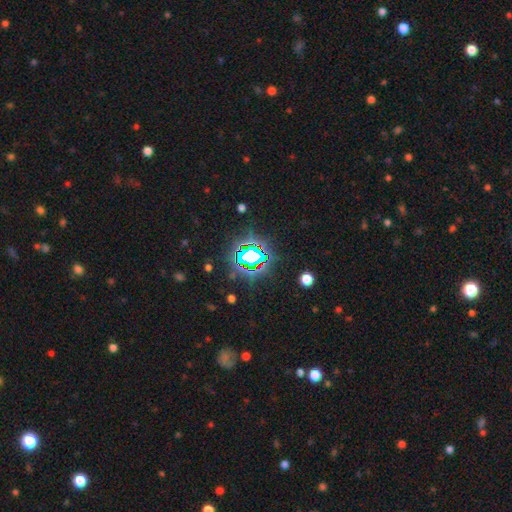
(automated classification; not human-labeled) Overall: star or artifact (80%).